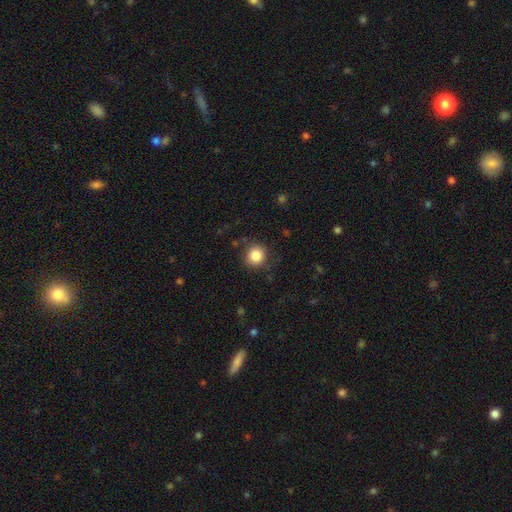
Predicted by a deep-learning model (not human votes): This appears to be a smooth galaxy with no disk features (85%) that is round (89%). Merging: none (85%).